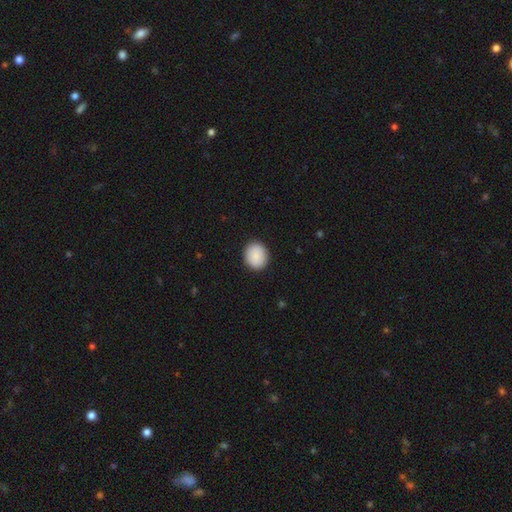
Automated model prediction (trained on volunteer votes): Smooth or featured?
  - smooth: 89% *
  - star or artifact: 7%
  - featured or disk: 5%
How rounded?
  - round: 71% *
  - in between: 28%
  - cigar-shaped: 1%
Merging?
  - none: 90% *
  - minor disturbance: 7%
  - major disturbance: 2%
  - merger: 1%